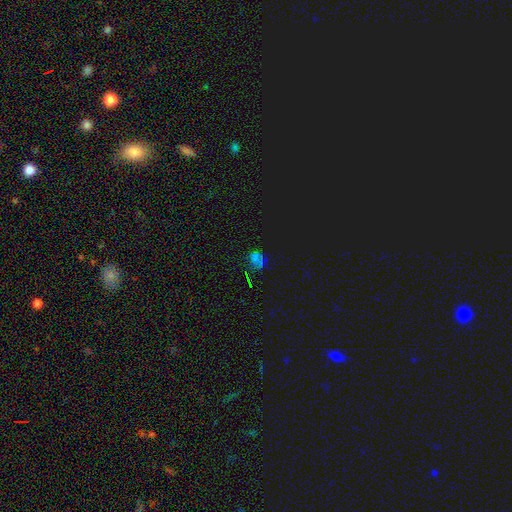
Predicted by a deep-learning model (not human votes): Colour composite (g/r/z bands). It shows a star or artifact, not a galaxy (58%).